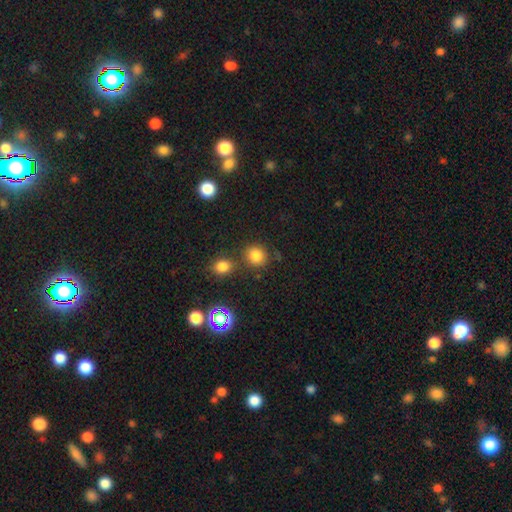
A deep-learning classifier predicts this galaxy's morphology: Smooth or featured? Predicted: smooth (p=0.78). How rounded? Predicted: round (p=0.85). Merging? Predicted: none (p=0.74).